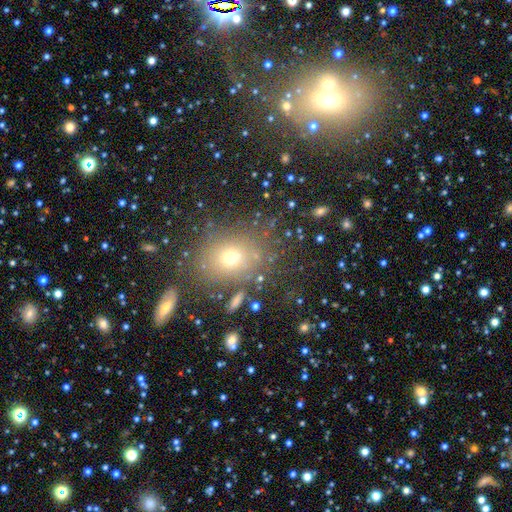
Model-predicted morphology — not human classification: Q: Smooth or featured?
A: smooth (50%); runner-up: star or artifact (36%)
Q: Merging?
A: none (75%); runner-up: minor disturbance (11%)